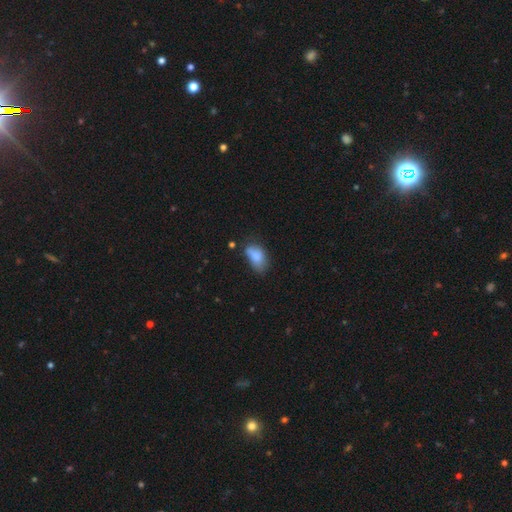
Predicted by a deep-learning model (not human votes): smooth-or-featured: smooth: 79% | featured or disk: 12% | star or artifact: 9%
  how-rounded: in between: 90% | round: 7% | cigar-shaped: 3%
  merging: none: 39% | minor disturbance: 37% | major disturbance: 16% | merger: 8%